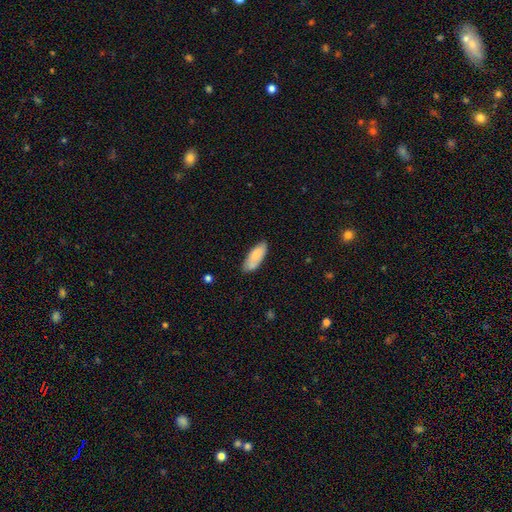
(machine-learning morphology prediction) smooth 81%, featured or disk 14%, star or artifact 6%. Down the decision tree: how rounded — in between (79%); merging — none (75%).